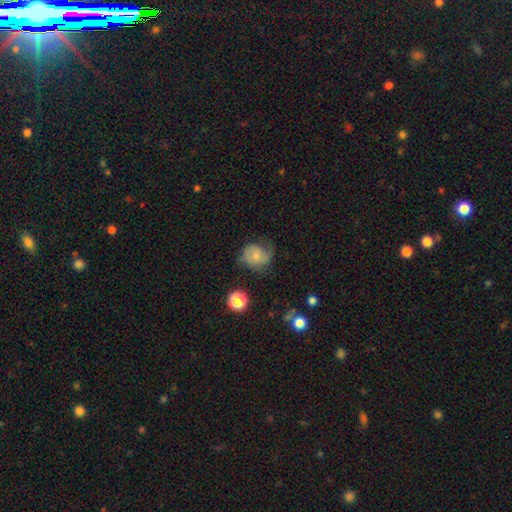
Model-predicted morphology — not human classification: Smooth or featured: smooth — 51% (featured or disk — 39%)
How rounded: round — 71% (in between — 28%)
Merging: none — 46% (minor disturbance — 30%)